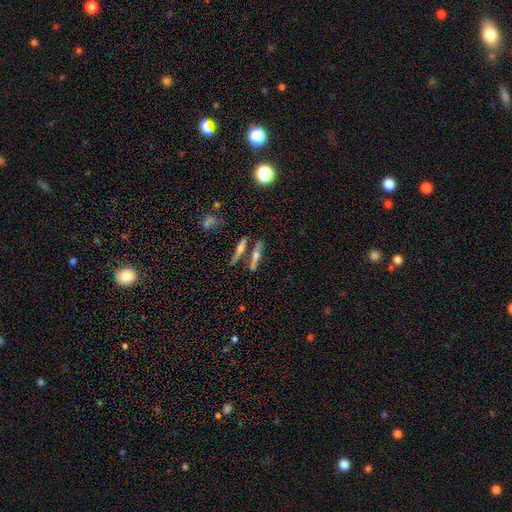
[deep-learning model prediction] Smooth or featured: featured or disk — 54% (smooth — 34%)
Edge-on disk: yes — 91% (no — 9%)
Merging: none — 68% (merger — 18%)